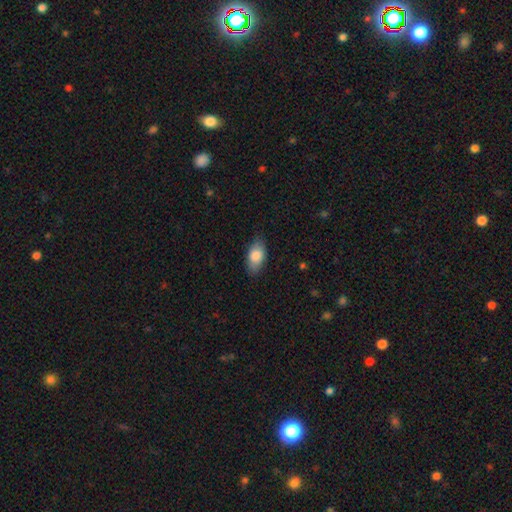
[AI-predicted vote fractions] A smooth galaxy with no disk features (82%) that is in between round and cigar-shaped (91%). Merging: none (81%).